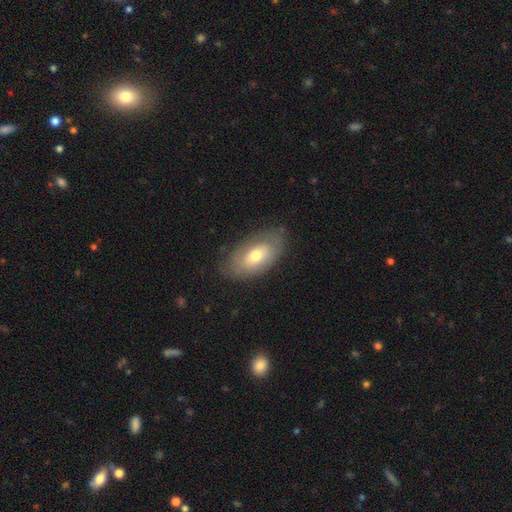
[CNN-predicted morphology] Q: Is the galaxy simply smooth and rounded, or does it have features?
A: smooth — 61%.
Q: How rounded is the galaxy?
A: in between — 92%.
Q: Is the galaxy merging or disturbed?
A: none — 77%.